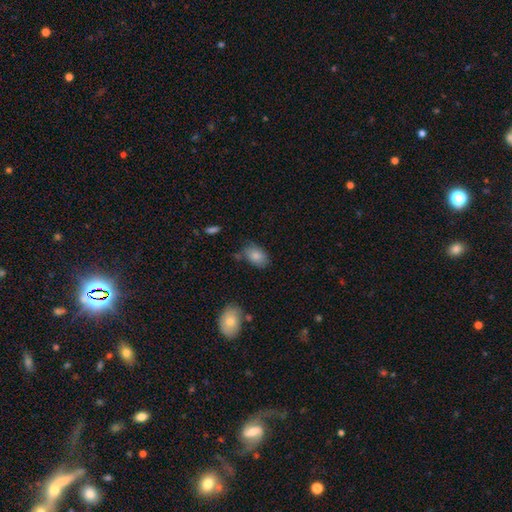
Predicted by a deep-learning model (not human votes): Smooth or featured? smooth (83%)
How rounded? in between (87%)
Merging? none (68%)